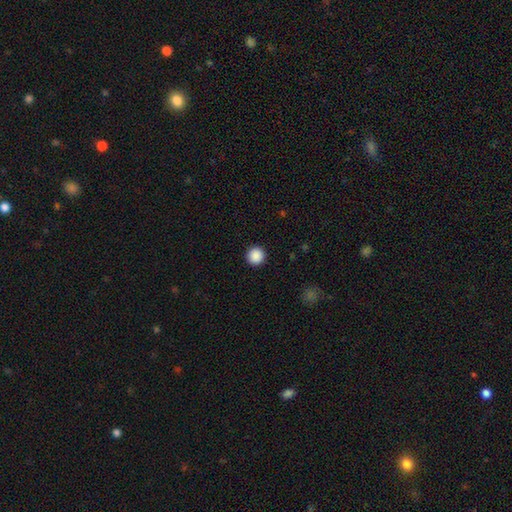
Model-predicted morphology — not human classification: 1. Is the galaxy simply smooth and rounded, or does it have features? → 89% smooth, 9% star or artifact, 2% featured or disk.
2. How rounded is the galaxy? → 96% round, 3% in between, 1% cigar-shaped.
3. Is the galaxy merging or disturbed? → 93% none, 4% minor disturbance, 2% major disturbance, 1% merger.